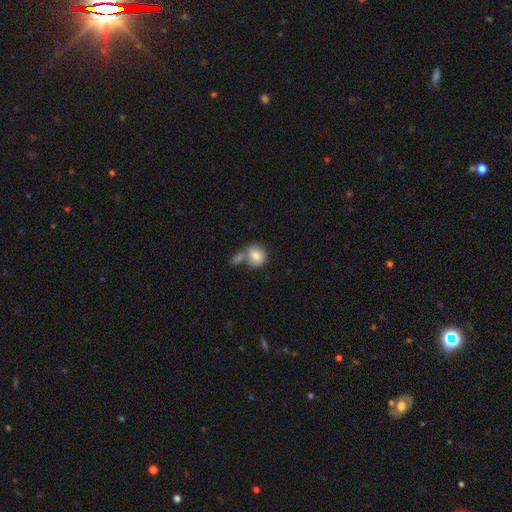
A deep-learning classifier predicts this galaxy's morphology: Overall: smooth (80%). How rounded: round (81%). Merging: none (43%; merger 41%).